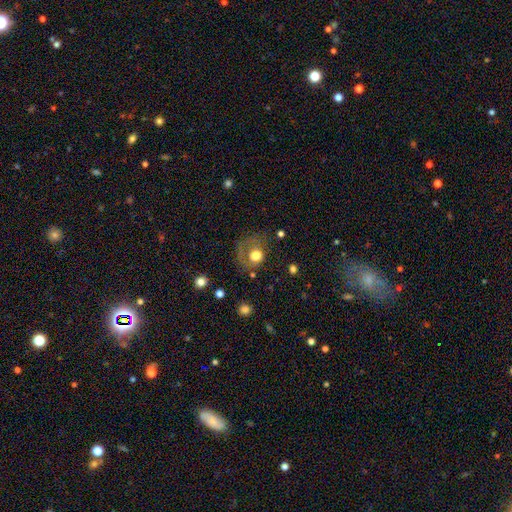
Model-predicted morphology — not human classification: Smooth or featured?
  - smooth: 66% *
  - featured or disk: 23%
  - star or artifact: 11%
How rounded?
  - round: 71% *
  - in between: 28%
  - cigar-shaped: 1%
Merging?
  - none: 42% *
  - major disturbance: 32%
  - minor disturbance: 23%
  - merger: 4%